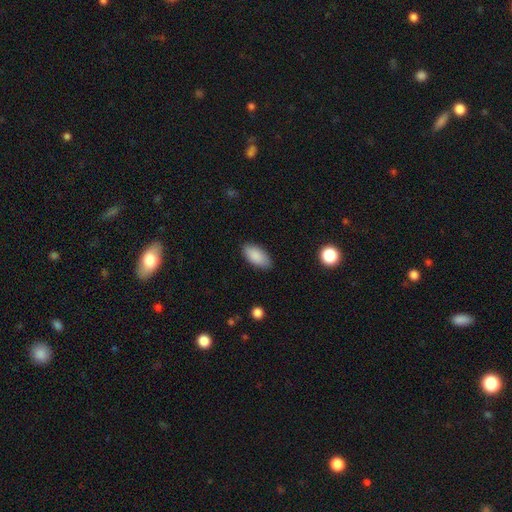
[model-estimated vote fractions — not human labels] Smooth or featured? smooth (89%)
How rounded? in between (92%)
Merging? none (85%)